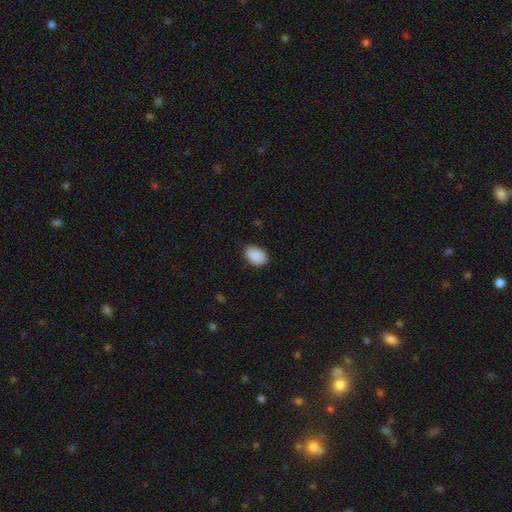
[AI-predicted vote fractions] Morphology: type=smooth (91%); roundness=in between (89%); merging=none (86%).